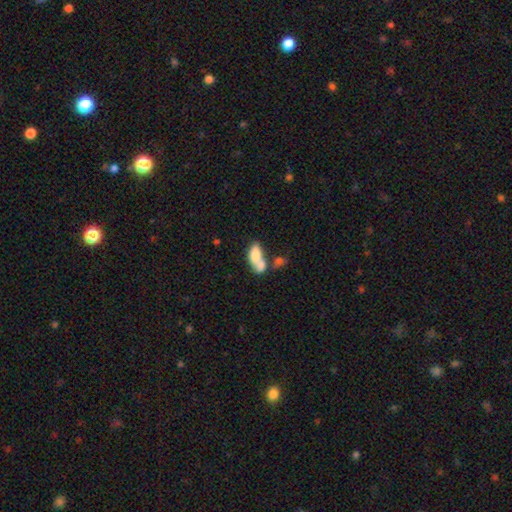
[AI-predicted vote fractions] The model was most divided on "merging": merger: 64%, none: 20%, minor disturbance: 9%, major disturbance: 7%. More confident: how rounded — in between (87%); smooth or featured — smooth (71%).